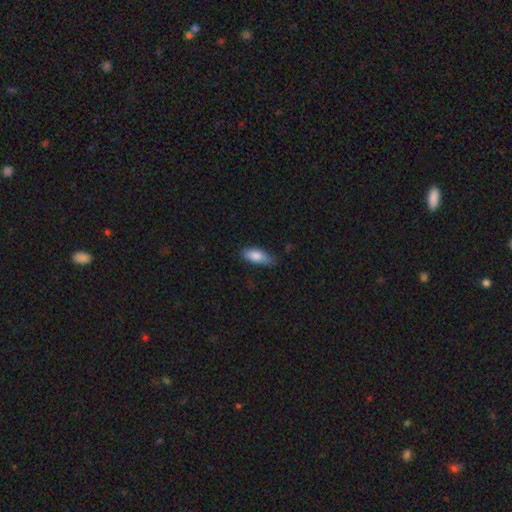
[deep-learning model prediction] Smooth or featured?
  - smooth: 83% *
  - featured or disk: 10%
  - star or artifact: 7%
How rounded?
  - in between: 80% *
  - cigar-shaped: 17%
  - round: 2%
Merging?
  - none: 64% *
  - minor disturbance: 29%
  - major disturbance: 5%
  - merger: 2%